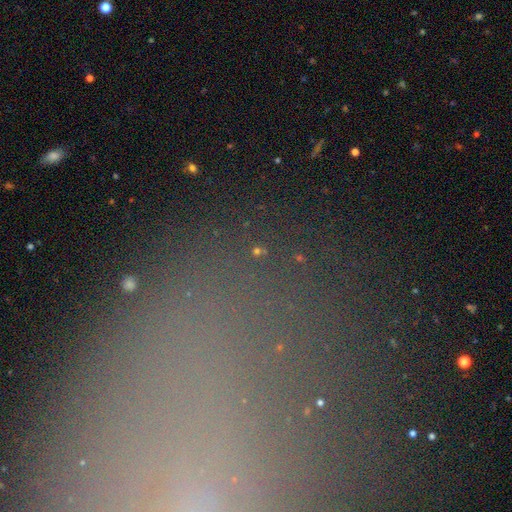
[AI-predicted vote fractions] This is likely a star or artifact rather than a galaxy (68%).